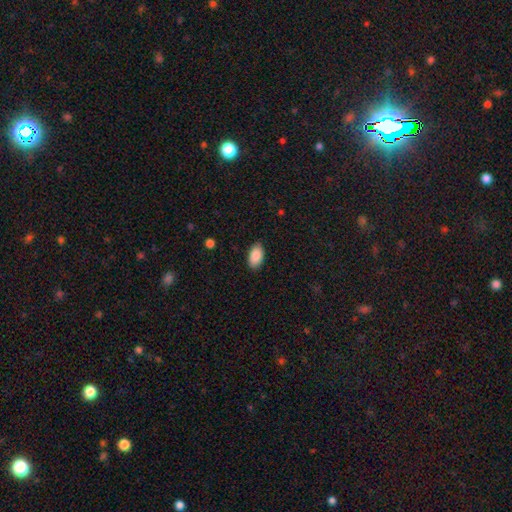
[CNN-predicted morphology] Overall: smooth (90%). How rounded: in between (95%). Merging: none (88%).